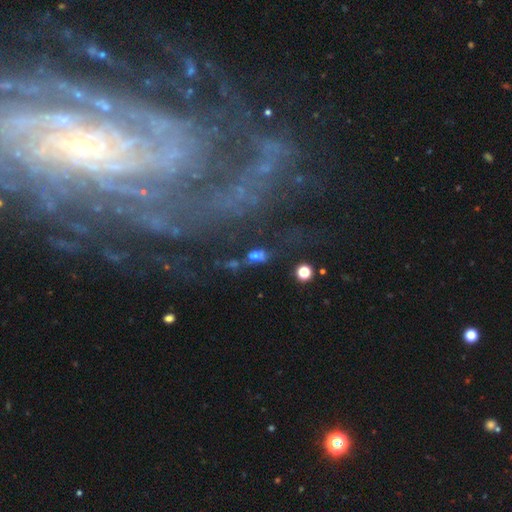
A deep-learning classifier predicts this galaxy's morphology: This is possibly a smooth galaxy (47%). Merging: marginally none (39%).